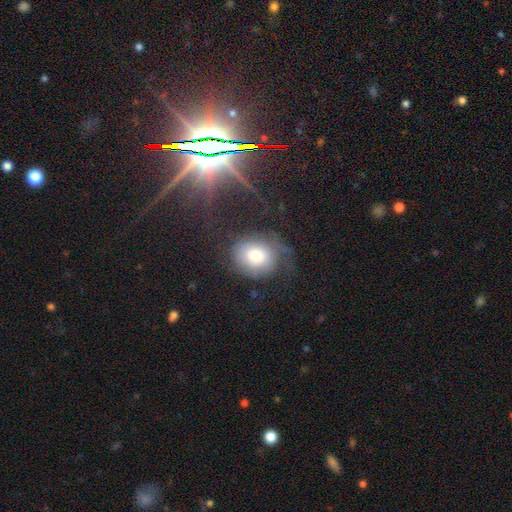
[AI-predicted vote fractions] Smooth or featured? Predicted: smooth (p=0.60). How rounded? Predicted: round (p=0.59). Merging? Predicted: none (p=0.54).